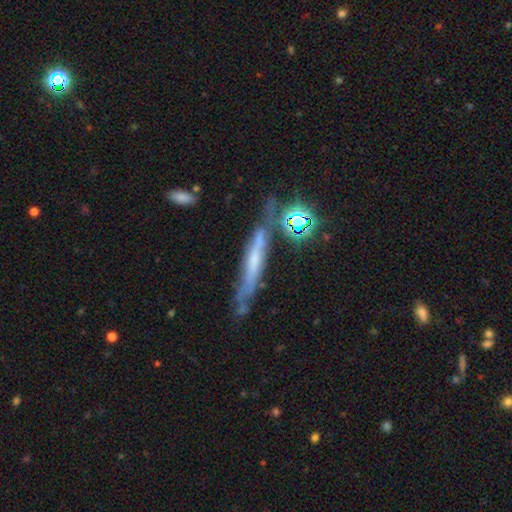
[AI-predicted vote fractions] Smooth or featured?
  - featured or disk: 57% *
  - smooth: 28%
  - star or artifact: 15%
Edge-on disk?
  - yes: 79% *
  - no: 21%
Merging?
  - none: 61% *
  - minor disturbance: 22%
  - merger: 9%
  - major disturbance: 9%